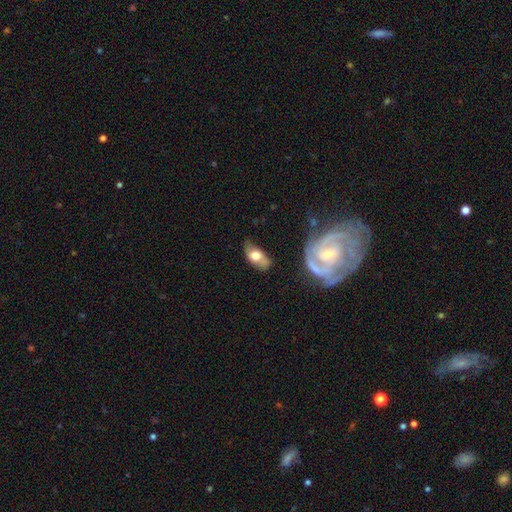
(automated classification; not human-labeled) A smooth galaxy with no disk features (55%) that is in between round and cigar-shaped (88%). Merging: none (56%).